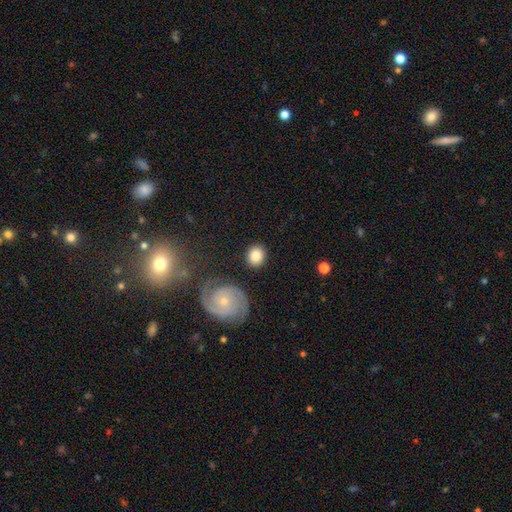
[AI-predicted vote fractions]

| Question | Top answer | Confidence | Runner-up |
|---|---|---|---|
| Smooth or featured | smooth | 80% | featured or disk (13%) |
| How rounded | round | 74% | in between (25%) |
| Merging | none | 85% | minor disturbance (9%) |